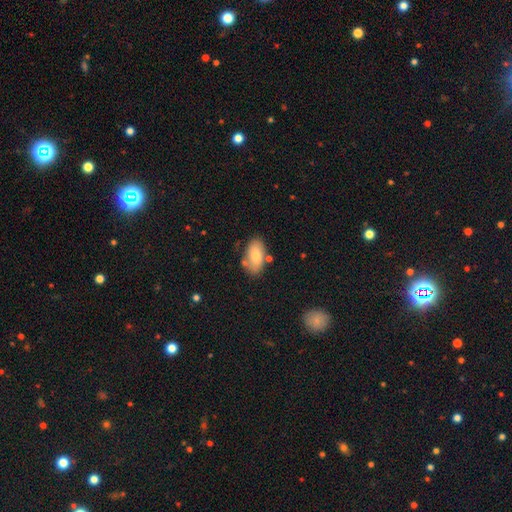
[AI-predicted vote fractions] A smooth galaxy with no disk features (73%) that is in between round and cigar-shaped (93%).

Vote fractions:
- Smooth or featured? smooth: 73% / featured or disk: 20% / star or artifact: 7%
- How rounded? in between: 93% / round: 4% / cigar-shaped: 3%
- Merging? none: 70% / minor disturbance: 17% / merger: 8% / major disturbance: 4%